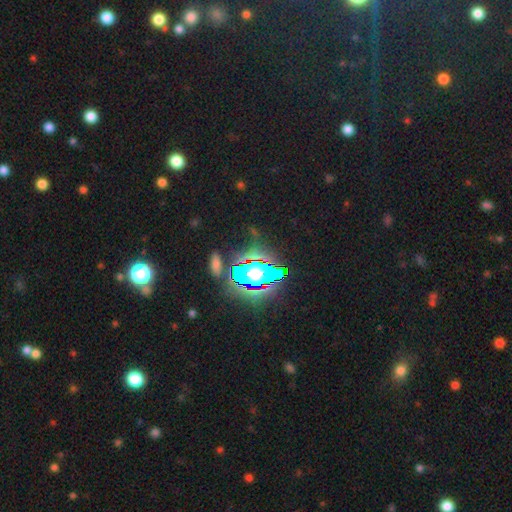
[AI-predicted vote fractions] The model was most divided on "smooth or featured": star or artifact: 71%, smooth: 16%, featured or disk: 13%.